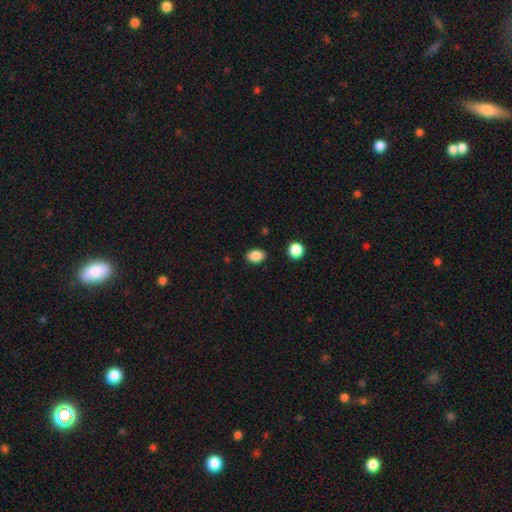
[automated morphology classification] smooth_or_featured: smooth (p=0.87) [alt: star or artifact p=0.09]
how_rounded: in between (p=0.78) [alt: round p=0.21]
merging: none (p=0.86) [alt: minor disturbance p=0.09]